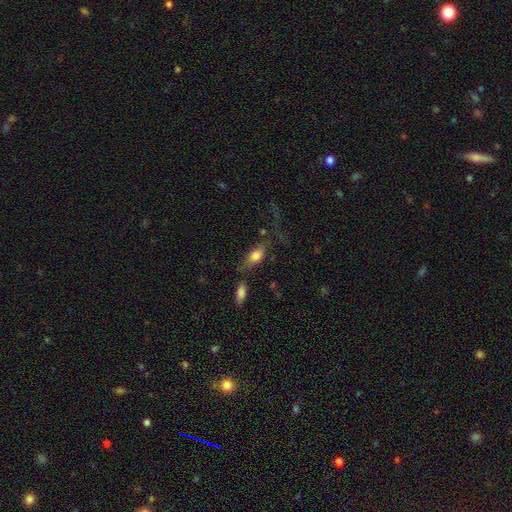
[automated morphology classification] Smooth or featured? Predicted: smooth (p=0.74). How rounded? Predicted: in between (p=0.80). Merging? Predicted: none (p=0.47).